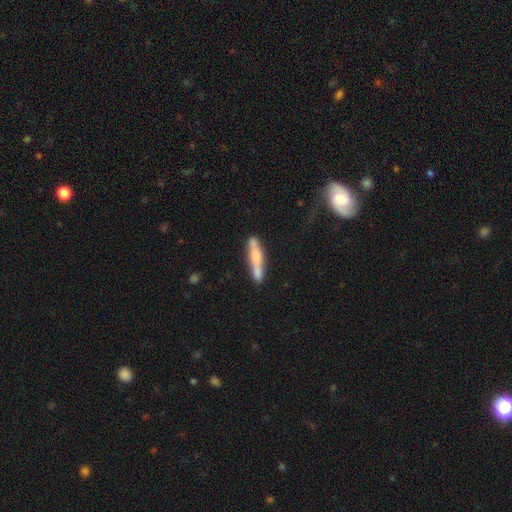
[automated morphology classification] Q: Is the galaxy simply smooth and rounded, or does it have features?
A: smooth — 56%.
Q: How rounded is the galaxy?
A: cigar-shaped — 87%.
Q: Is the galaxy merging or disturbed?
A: none — 73%.